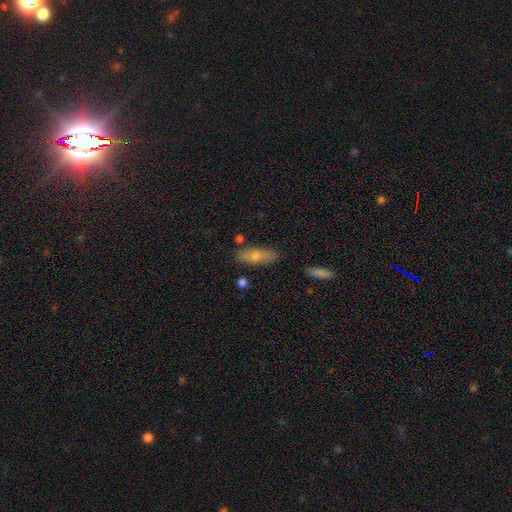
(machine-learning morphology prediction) A smooth galaxy with no disk features (71%) that is in between round and cigar-shaped (62%).

Vote fractions:
- Smooth or featured? smooth: 71% / featured or disk: 23% / star or artifact: 7%
- How rounded? in between: 62% / cigar-shaped: 36% / round: 3%
- Merging? none: 78% / minor disturbance: 14% / merger: 4% / major disturbance: 3%